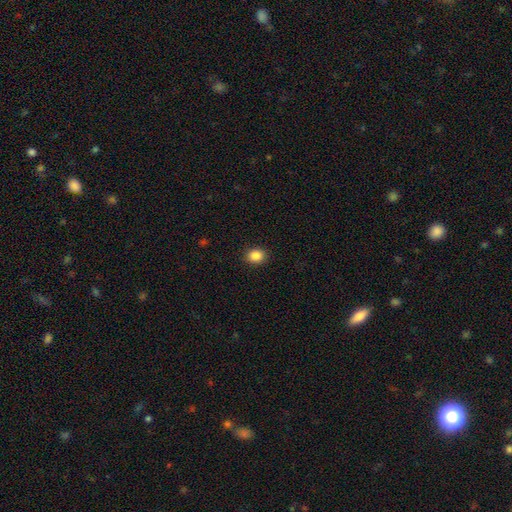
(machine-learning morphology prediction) Smooth or featured? smooth (87%)
How rounded? round (56%)
Merging? none (90%)